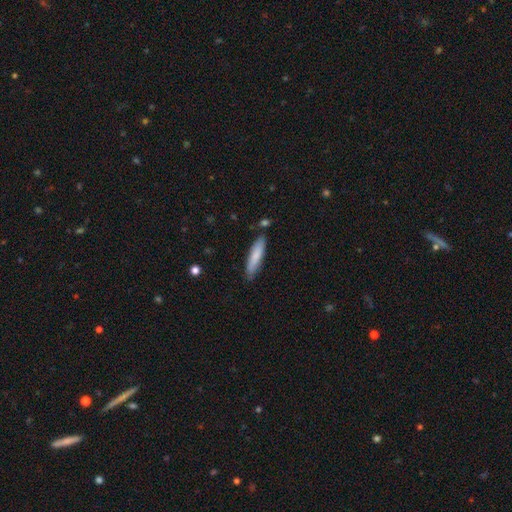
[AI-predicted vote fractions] Smooth or featured?
  - smooth: 78% *
  - featured or disk: 16%
  - star or artifact: 6%
How rounded?
  - cigar-shaped: 80% *
  - in between: 19%
  - round: 1%
Merging?
  - none: 80% *
  - minor disturbance: 14%
  - merger: 3%
  - major disturbance: 2%